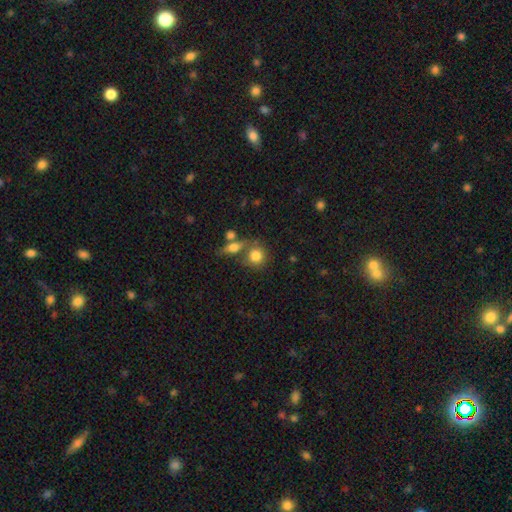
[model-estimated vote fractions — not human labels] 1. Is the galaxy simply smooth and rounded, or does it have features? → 79% smooth, 11% featured or disk, 10% star or artifact.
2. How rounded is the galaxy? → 81% round, 17% in between, 2% cigar-shaped.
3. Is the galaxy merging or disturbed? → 52% none, 30% merger, 12% minor disturbance, 6% major disturbance.